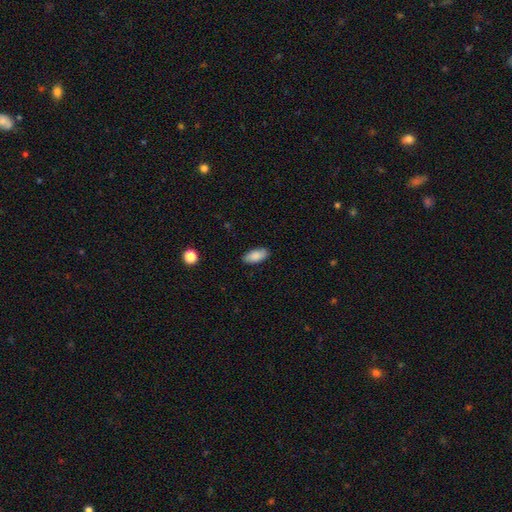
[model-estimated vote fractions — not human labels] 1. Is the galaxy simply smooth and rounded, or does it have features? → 88% smooth, 7% star or artifact, 6% featured or disk.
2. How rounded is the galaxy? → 90% in between, 8% cigar-shaped, 2% round.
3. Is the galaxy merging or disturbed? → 87% none, 10% minor disturbance, 2% major disturbance, 1% merger.